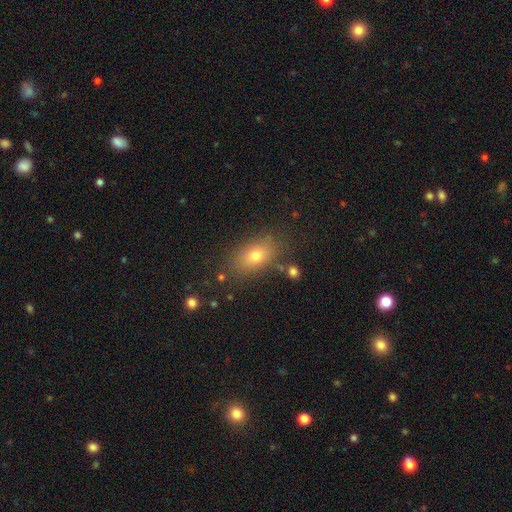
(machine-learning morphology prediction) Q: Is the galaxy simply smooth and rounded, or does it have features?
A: smooth — 72%.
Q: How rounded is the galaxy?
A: in between — 82%.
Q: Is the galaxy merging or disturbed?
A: none — 79%.